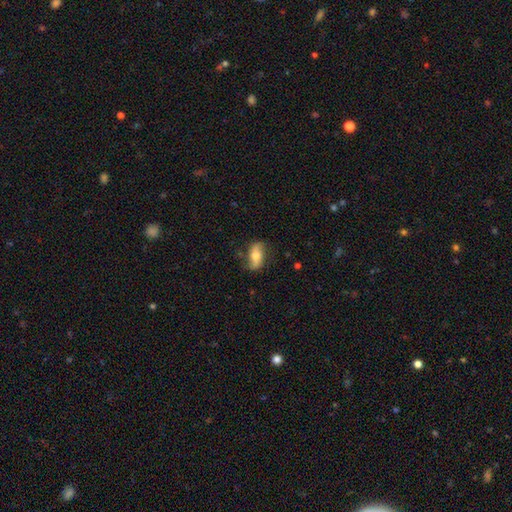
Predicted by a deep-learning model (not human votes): A featured or disk galaxy (47%).

Vote fractions:
- Smooth or featured? featured or disk: 47% / smooth: 46% / star or artifact: 7%
- Merging? none: 73% / minor disturbance: 19% / major disturbance: 6% / merger: 2%